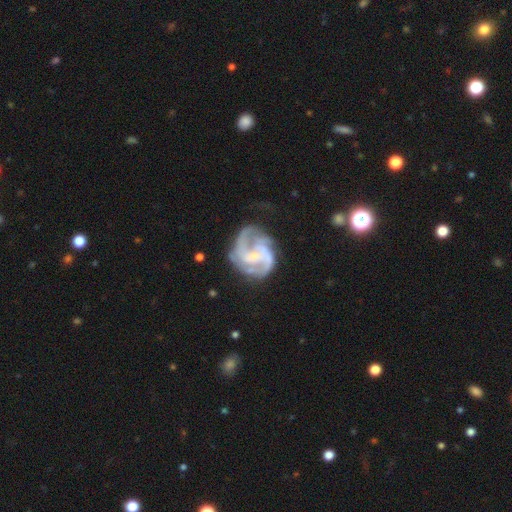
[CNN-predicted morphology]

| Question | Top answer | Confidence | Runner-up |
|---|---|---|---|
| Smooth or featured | featured or disk | 87% | smooth (8%) |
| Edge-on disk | no | 98% | yes (2%) |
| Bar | no | 43% | weak (42%) |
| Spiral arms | yes | 95% | no (5%) |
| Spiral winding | medium | 50% | tight (32%) |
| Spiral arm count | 2 | 43% | 3 (27%) |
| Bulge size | small | 52% | none (23%) |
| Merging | none | 56% | minor disturbance (22%) |